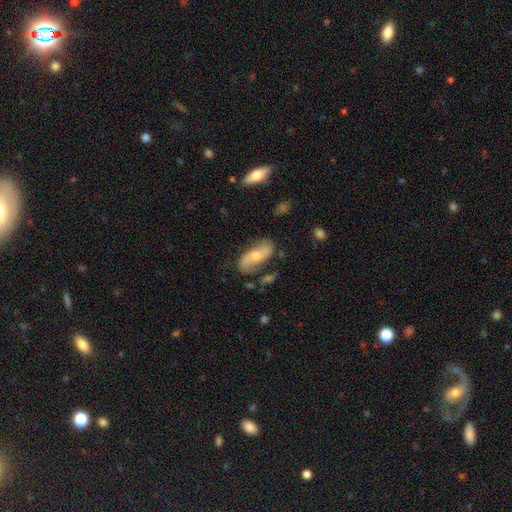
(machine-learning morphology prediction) This is possibly a featured or disk galaxy (55%). It is clearly not viewed edge-on (87%). Merging: likely none (69%).